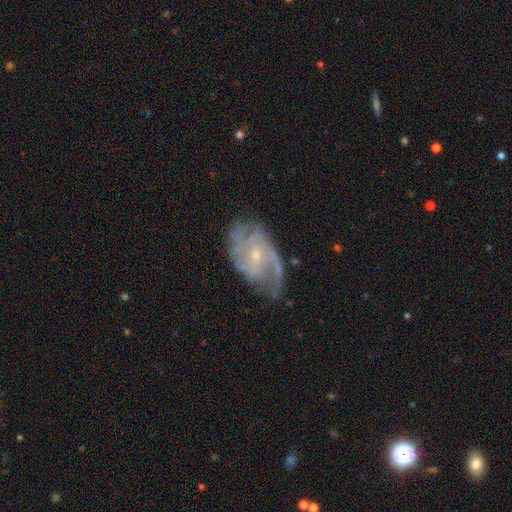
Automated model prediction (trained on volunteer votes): This appears to be a featured or disk galaxy (84%) with no bar (51%), 2 (42%) medium (45%) spiral arms (93%) and a small central bulge (72%). Merging: none (61%).